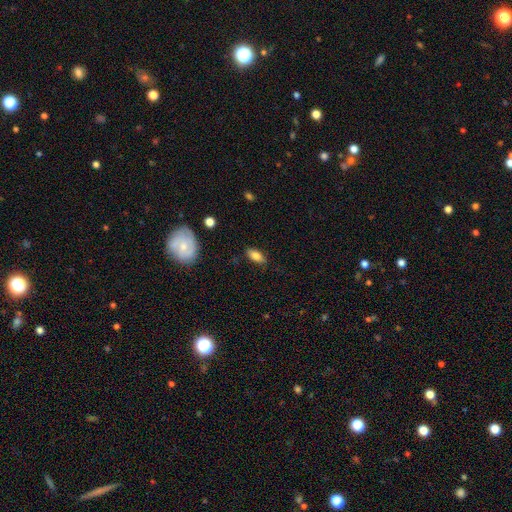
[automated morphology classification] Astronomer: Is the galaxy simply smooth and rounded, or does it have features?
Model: smooth — 82%.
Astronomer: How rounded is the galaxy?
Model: in between — 87%.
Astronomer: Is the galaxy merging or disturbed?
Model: none — 82%.